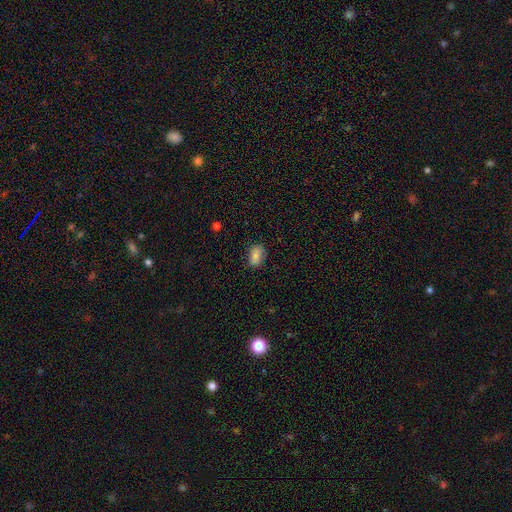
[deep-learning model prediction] Smooth or featured: smooth — 79% (featured or disk — 12%)
How rounded: in between — 83% (round — 16%)
Merging: none — 76% (minor disturbance — 19%)